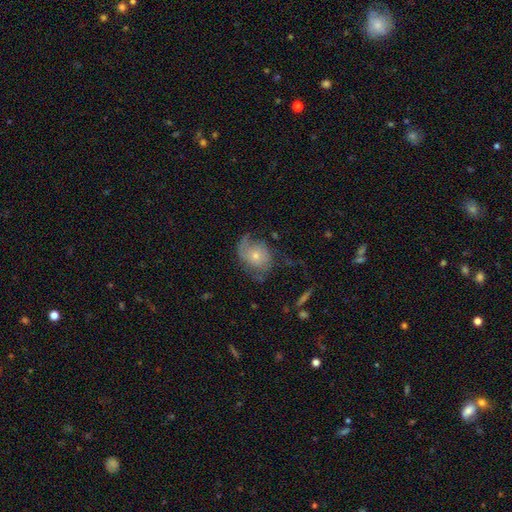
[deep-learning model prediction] A featured or disk galaxy (49%). Merging: none (45%).